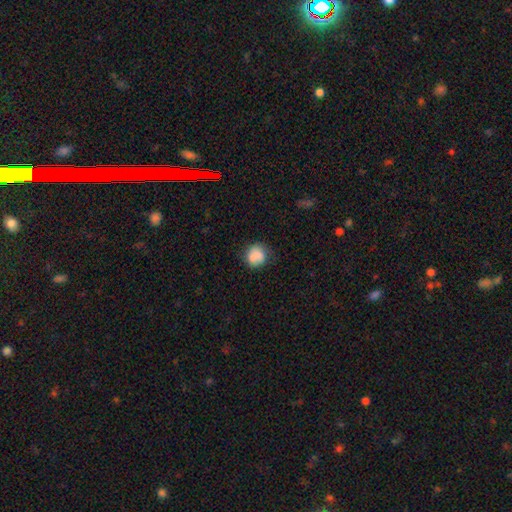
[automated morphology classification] Smooth or featured? Predicted: smooth (p=0.78). How rounded? Predicted: round (p=0.80). Merging? Predicted: none (p=0.59).